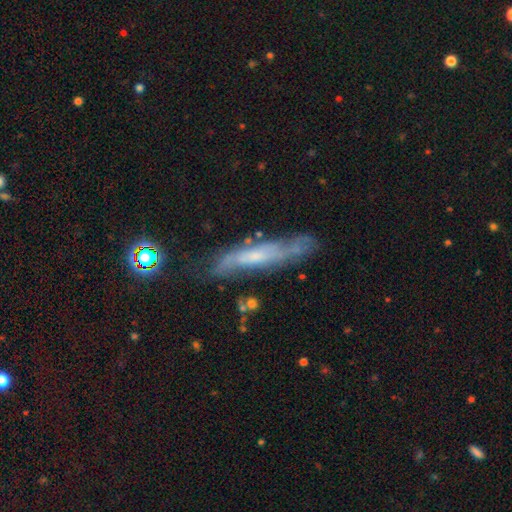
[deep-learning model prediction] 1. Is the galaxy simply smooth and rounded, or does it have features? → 62% featured or disk, 28% smooth, 11% star or artifact.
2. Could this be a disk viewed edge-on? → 53% yes, 47% no.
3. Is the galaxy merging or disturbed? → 63% none, 23% minor disturbance, 9% major disturbance, 5% merger.